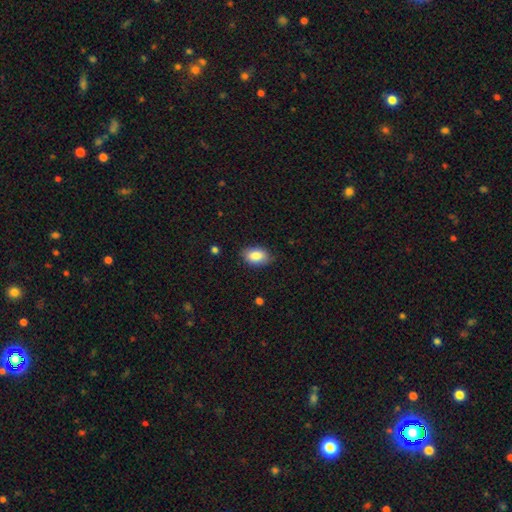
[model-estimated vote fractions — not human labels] This appears to be a smooth galaxy with no disk features (86%) that is in between round and cigar-shaped (90%). Merging: none (82%).